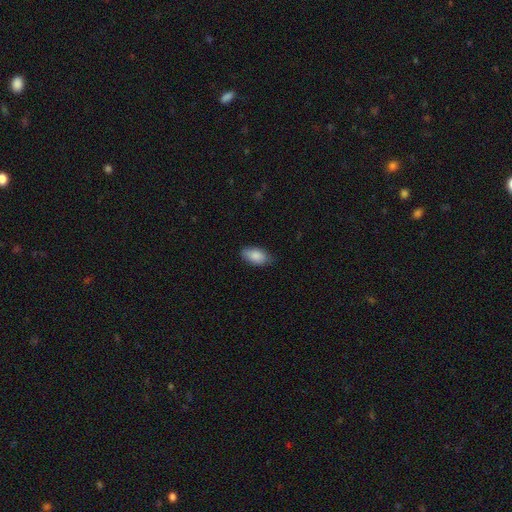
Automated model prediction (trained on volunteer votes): smooth_or_featured: smooth (p=0.86) [alt: featured or disk p=0.07]
how_rounded: in between (p=0.93) [alt: round p=0.04]
merging: none (p=0.80) [alt: minor disturbance p=0.17]